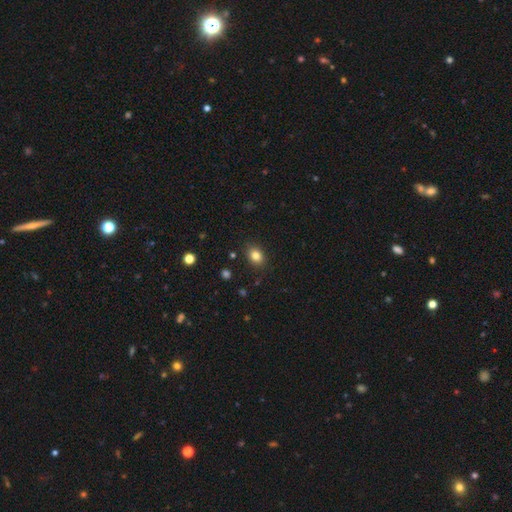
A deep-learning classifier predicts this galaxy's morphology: This appears to be a smooth galaxy with no disk features (83%) that is in between round and cigar-shaped (56%). Merging: none (87%).